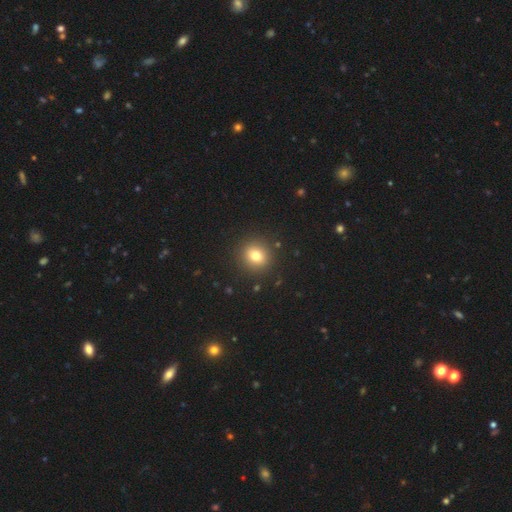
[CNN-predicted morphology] type=smooth (78%); roundness=round (85%); merging=none (90%).